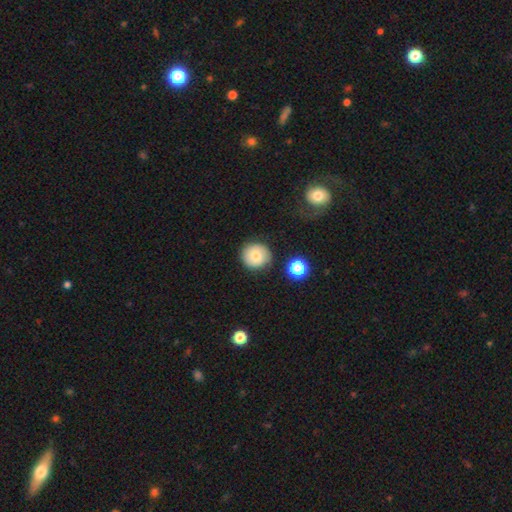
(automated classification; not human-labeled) smooth_or_featured: smooth (p=0.76) [alt: featured or disk p=0.15]
how_rounded: round (p=0.92) [alt: in between p=0.07]
merging: none (p=0.84) [alt: minor disturbance p=0.10]